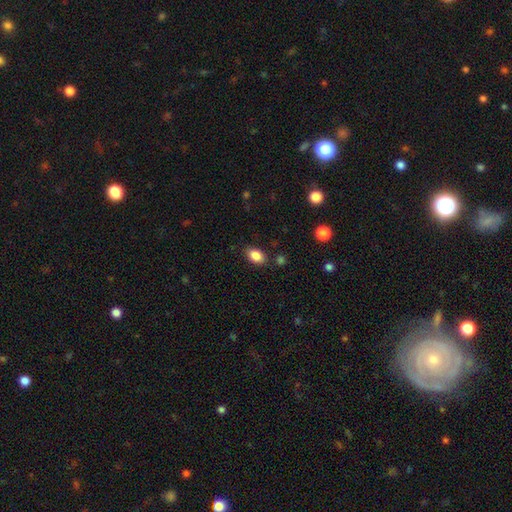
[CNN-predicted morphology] A smooth galaxy with no disk features (86%) that is in between round and cigar-shaped (87%). Merging: none (83%).